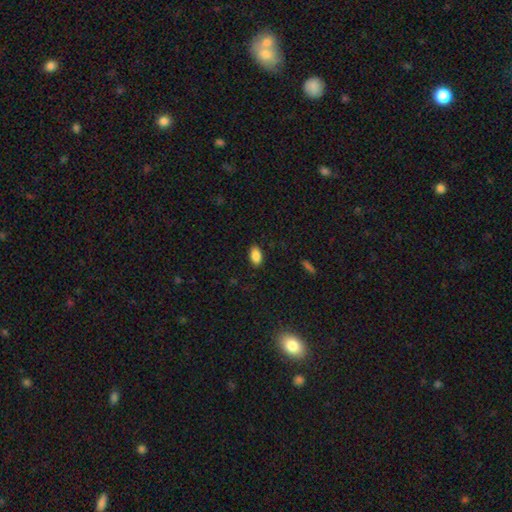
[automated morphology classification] Smooth or featured? smooth (87%)
How rounded? in between (92%)
Merging? none (87%)